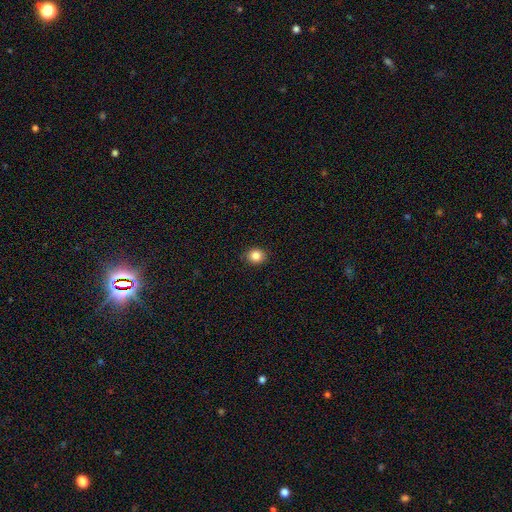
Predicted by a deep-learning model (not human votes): This is clearly a smooth galaxy (85%). How rounded: likely round (75%). Merging: clearly none (89%).